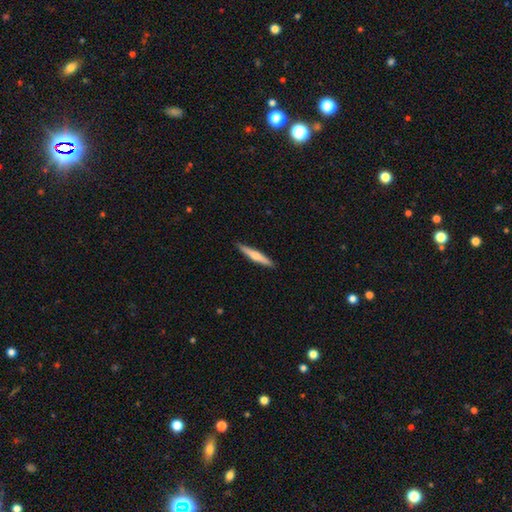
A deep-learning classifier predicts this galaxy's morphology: featured or disk 49%, smooth 46%, star or artifact 5%. Down the decision tree: merging — none (91%).